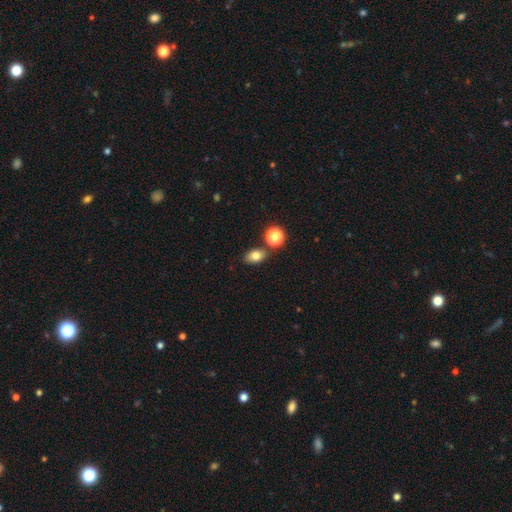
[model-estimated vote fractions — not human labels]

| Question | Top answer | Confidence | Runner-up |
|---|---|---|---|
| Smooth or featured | smooth | 78% | star or artifact (12%) |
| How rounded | in between | 80% | round (18%) |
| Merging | none | 76% | minor disturbance (11%) |